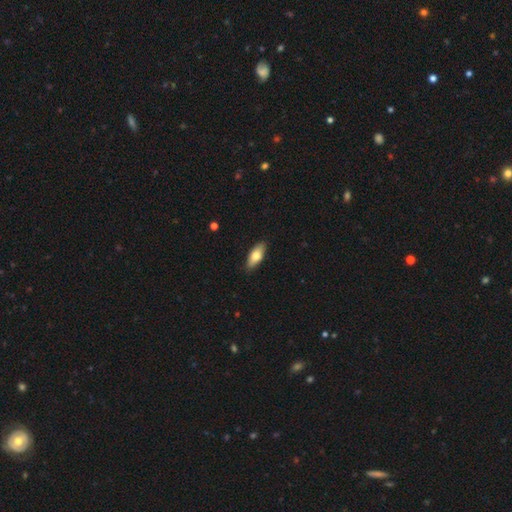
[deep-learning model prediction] This is likely a smooth galaxy (73%). How rounded: likely in between (79%). Merging: clearly none (88%).